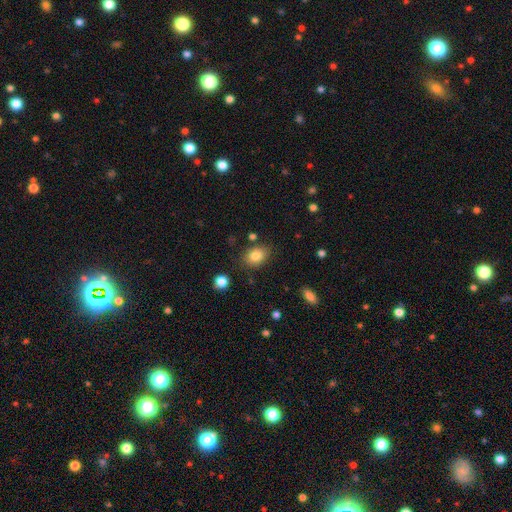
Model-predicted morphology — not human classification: A smooth galaxy with no disk features (83%) that is in between round and cigar-shaped (70%).

Vote fractions:
- Smooth or featured? smooth: 83% / star or artifact: 9% / featured or disk: 8%
- How rounded? in between: 70% / round: 29% / cigar-shaped: 1%
- Merging? none: 80% / minor disturbance: 13% / major disturbance: 3% / merger: 3%